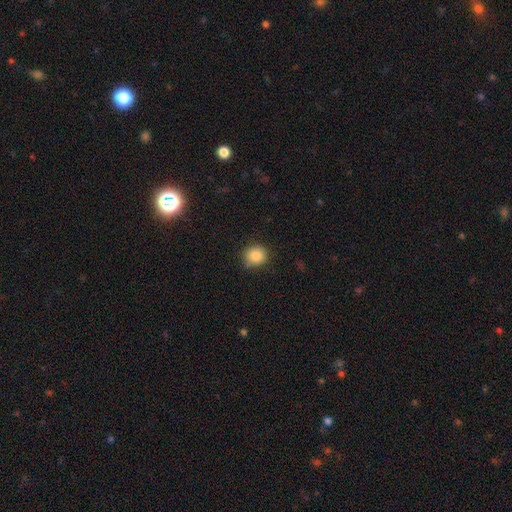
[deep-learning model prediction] Smooth or featured? smooth (84%)
How rounded? round (87%)
Merging? none (82%)